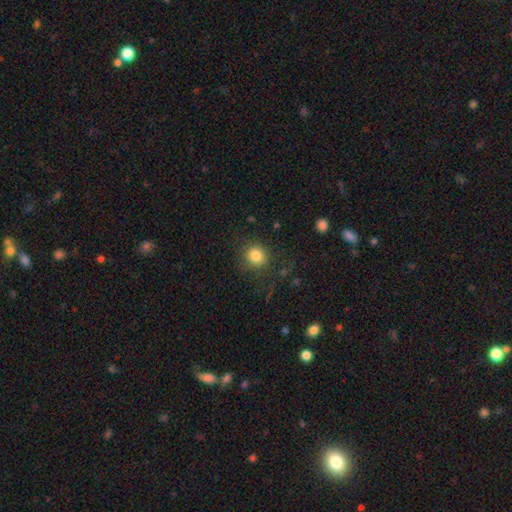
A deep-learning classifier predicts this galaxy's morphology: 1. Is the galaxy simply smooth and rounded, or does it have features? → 83% smooth, 12% star or artifact, 6% featured or disk.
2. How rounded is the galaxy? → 88% round, 11% in between, 1% cigar-shaped.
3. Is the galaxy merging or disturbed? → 82% none, 11% minor disturbance, 5% major disturbance, 2% merger.